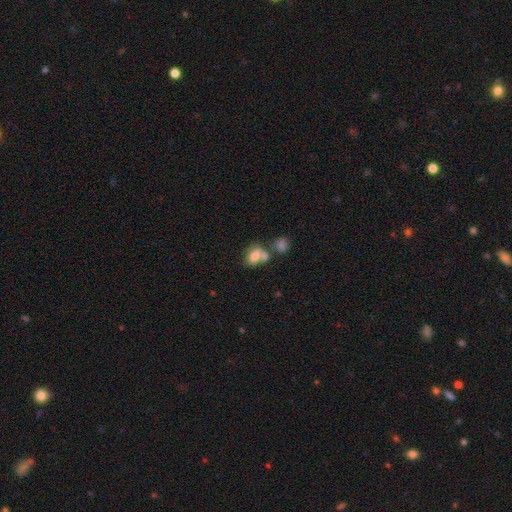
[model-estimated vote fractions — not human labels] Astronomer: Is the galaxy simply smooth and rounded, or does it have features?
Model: smooth — 72%.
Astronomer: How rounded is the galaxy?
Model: in between — 77%.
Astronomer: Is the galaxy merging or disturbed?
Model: merger — 51% (runner-up: none, 27%).